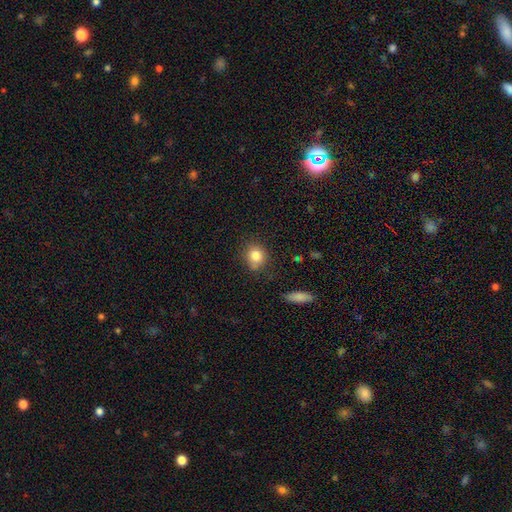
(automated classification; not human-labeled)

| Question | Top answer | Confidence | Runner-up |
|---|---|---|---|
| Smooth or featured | smooth | 82% | star or artifact (11%) |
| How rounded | round | 78% | in between (21%) |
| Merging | none | 73% | minor disturbance (18%) |